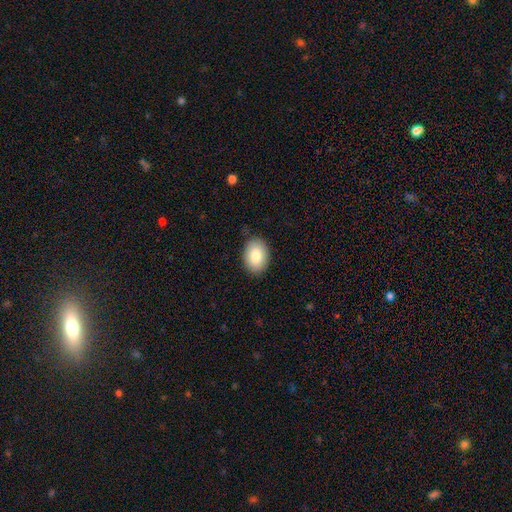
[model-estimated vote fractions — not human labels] A smooth galaxy with no disk features (85%) that is in between round and cigar-shaped (84%). Merging: none (85%).